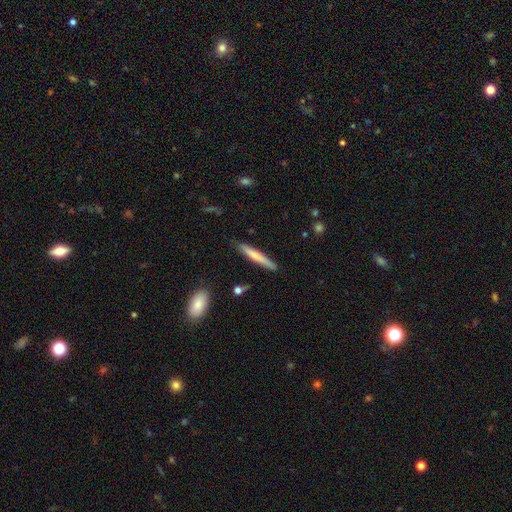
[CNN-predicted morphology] Smooth or featured? smooth (62%)
How rounded? cigar-shaped (94%)
Merging? none (85%)